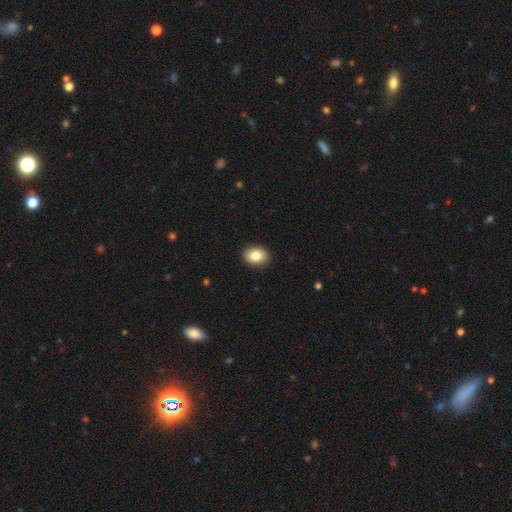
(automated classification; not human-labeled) Q: Smooth or featured?
A: smooth (85%); runner-up: star or artifact (8%)
Q: How rounded?
A: in between (60%); runner-up: round (39%)
Q: Merging?
A: none (90%); runner-up: minor disturbance (7%)